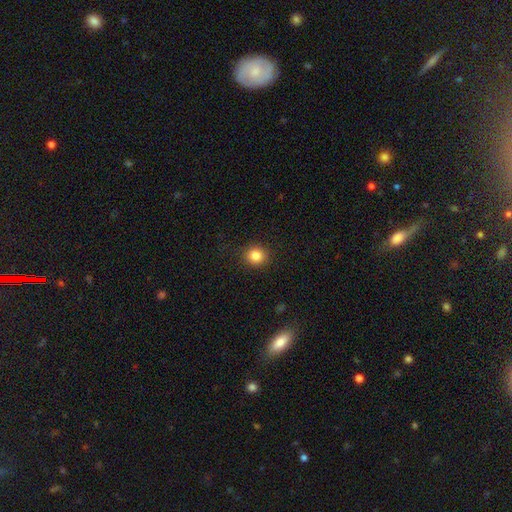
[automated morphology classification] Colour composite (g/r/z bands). It shows a smooth galaxy with no disk features (84%) that is round (89%). Merging: none (91%).